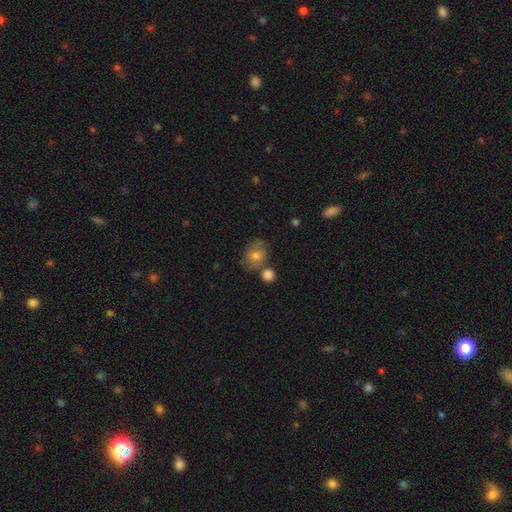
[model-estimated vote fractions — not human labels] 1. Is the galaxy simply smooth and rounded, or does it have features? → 72% smooth, 19% featured or disk, 9% star or artifact.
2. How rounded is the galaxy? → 52% in between, 47% round, 1% cigar-shaped.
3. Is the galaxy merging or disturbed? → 58% none, 19% minor disturbance, 18% merger, 6% major disturbance.